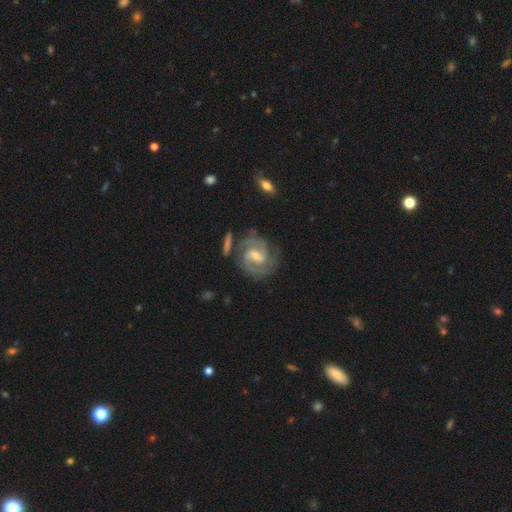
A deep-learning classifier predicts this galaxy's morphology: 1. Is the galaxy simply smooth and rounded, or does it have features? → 89% featured or disk, 6% smooth, 5% star or artifact.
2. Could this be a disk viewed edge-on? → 97% no, 3% yes.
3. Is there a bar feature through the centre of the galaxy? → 55% weak, 25% strong, 20% no.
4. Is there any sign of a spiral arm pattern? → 97% yes, 3% no.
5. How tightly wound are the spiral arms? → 49% tight, 43% medium, 8% loose.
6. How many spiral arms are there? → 72% 2, 13% 3, 8% can't tell, 3% 4, 2% 1, 2% more than 4.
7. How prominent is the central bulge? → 53% moderate, 39% small, 4% large, 3% none, 1% dominant.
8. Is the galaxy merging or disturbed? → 72% none, 15% minor disturbance, 7% major disturbance, 6% merger.